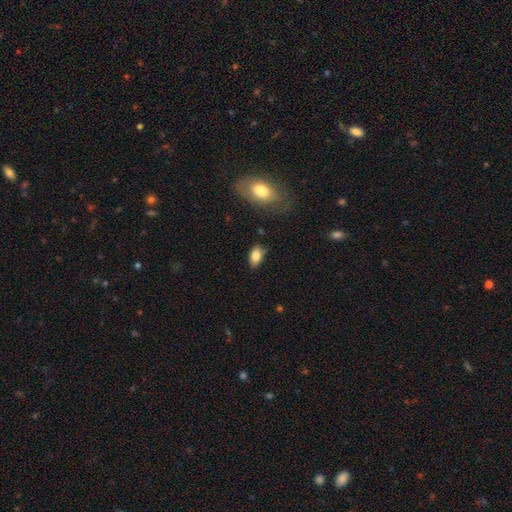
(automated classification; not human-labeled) Smooth or featured? Predicted: smooth (p=0.83). How rounded? Predicted: in between (p=0.91). Merging? Predicted: none (p=0.77).